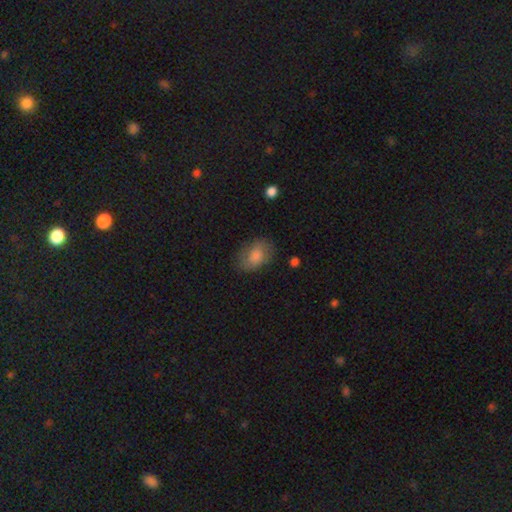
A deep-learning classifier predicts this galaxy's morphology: smooth_or_featured: smooth (p=0.75) [alt: featured or disk p=0.16]
how_rounded: in between (p=0.81) [alt: round p=0.18]
merging: none (p=0.74) [alt: minor disturbance p=0.18]